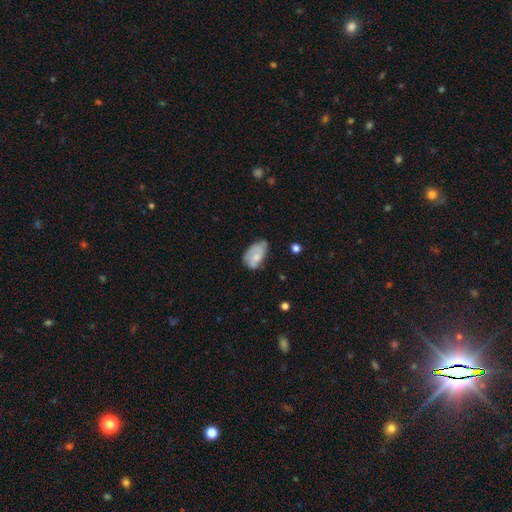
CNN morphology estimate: Overall: smooth (57%; featured or disk 35%). How rounded: in between (91%). Merging: none (44%; minor disturbance 37%).